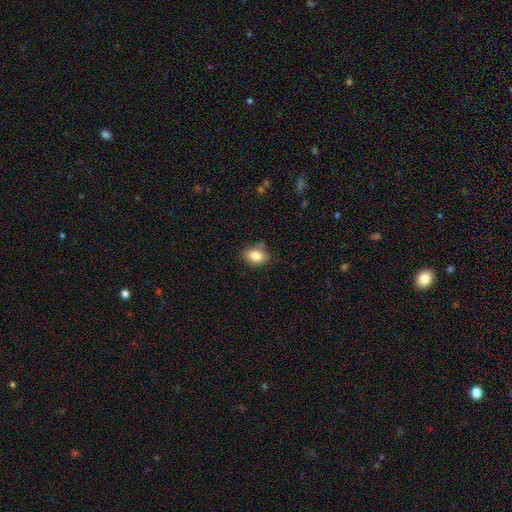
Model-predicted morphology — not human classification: smooth-or-featured: smooth: 84% | star or artifact: 9% | featured or disk: 8%
  how-rounded: in between: 75% | round: 24% | cigar-shaped: 1%
  merging: none: 72% | minor disturbance: 20% | major disturbance: 4% | merger: 4%